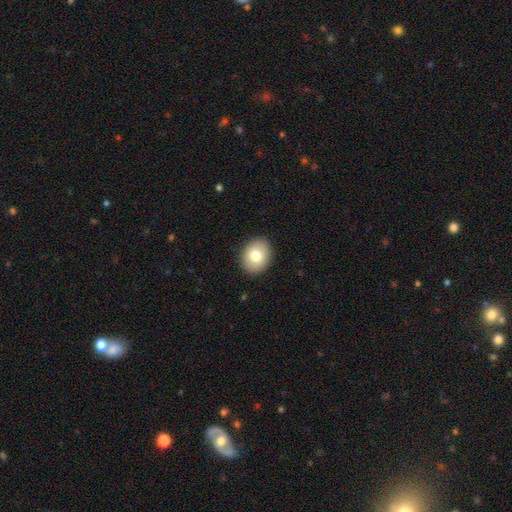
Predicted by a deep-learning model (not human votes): A smooth galaxy with no disk features (79%) that is in between round and cigar-shaped (51%).

Vote fractions:
- Smooth or featured? smooth: 79% / featured or disk: 13% / star or artifact: 8%
- How rounded? in between: 51% / round: 48% / cigar-shaped: 1%
- Merging? none: 90% / minor disturbance: 7% / major disturbance: 2% / merger: 1%